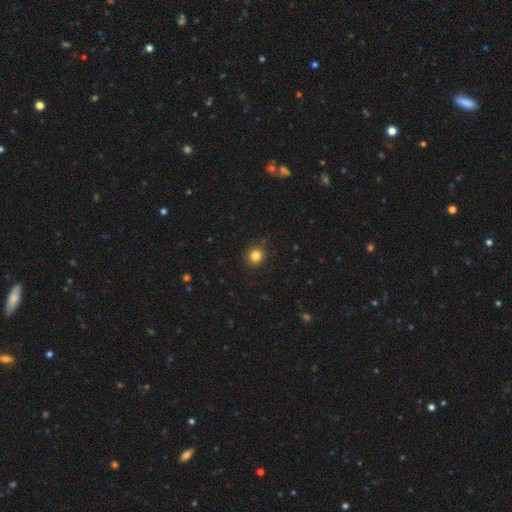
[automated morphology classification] Q: Smooth or featured?
A: smooth (83%); runner-up: star or artifact (12%)
Q: How rounded?
A: round (87%); runner-up: in between (12%)
Q: Merging?
A: none (90%); runner-up: minor disturbance (7%)